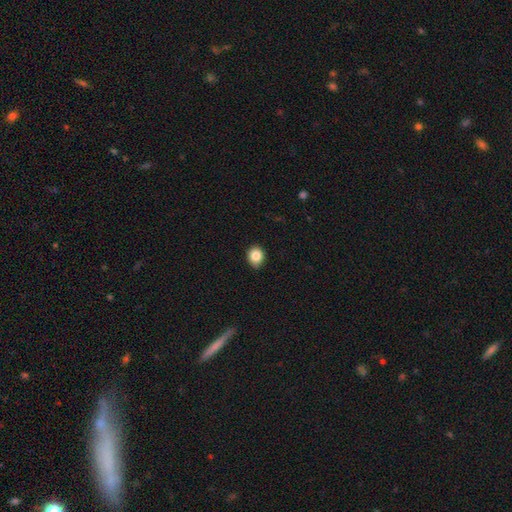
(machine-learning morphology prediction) Smooth or featured: smooth — 85% (star or artifact — 10%)
How rounded: round — 64% (in between — 35%)
Merging: none — 85% (minor disturbance — 12%)